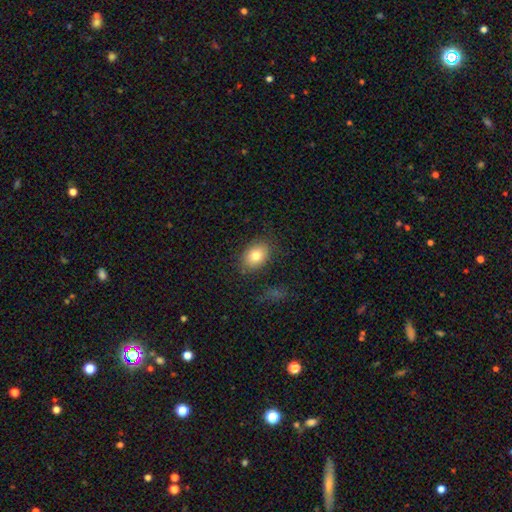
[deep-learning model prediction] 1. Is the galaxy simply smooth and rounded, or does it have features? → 80% smooth, 11% featured or disk, 9% star or artifact.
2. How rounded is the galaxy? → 75% in between, 24% round, 1% cigar-shaped.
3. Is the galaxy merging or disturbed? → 82% none, 12% minor disturbance, 4% major disturbance, 2% merger.